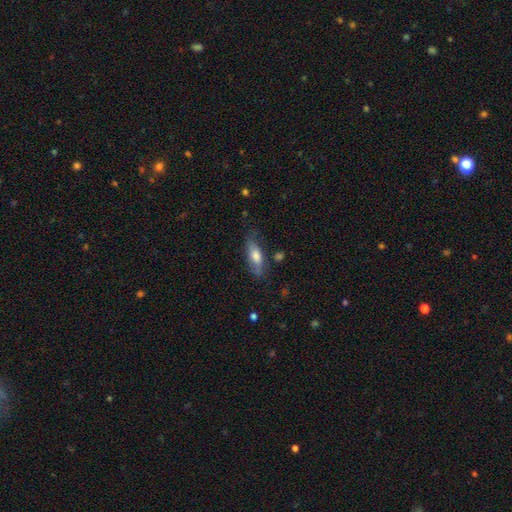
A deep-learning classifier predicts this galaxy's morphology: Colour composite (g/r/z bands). It shows a smooth galaxy with no disk features (65%) that is in between round and cigar-shaped (63%). Merging: none (69%).